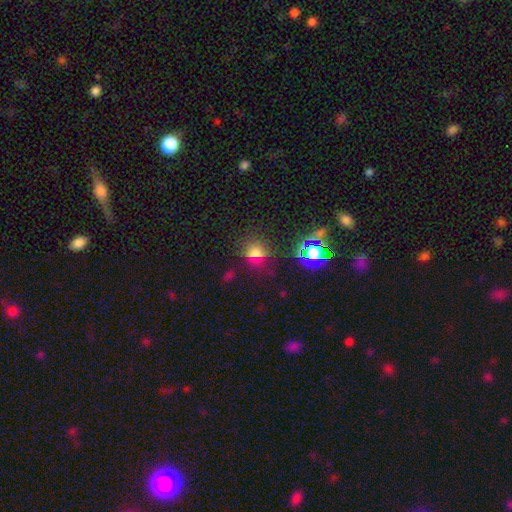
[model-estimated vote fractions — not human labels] Smooth or featured? Predicted: smooth (p=0.58). How rounded? Predicted: round (p=0.71). Merging? Predicted: none (p=0.78).